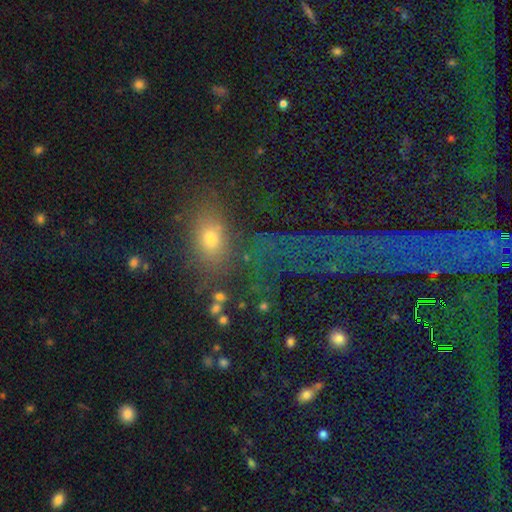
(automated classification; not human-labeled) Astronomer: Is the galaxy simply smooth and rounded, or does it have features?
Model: smooth — 55% (runner-up: star or artifact, 31%).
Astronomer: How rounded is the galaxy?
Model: in between — 70%.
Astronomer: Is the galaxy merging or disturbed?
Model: none — 71%.